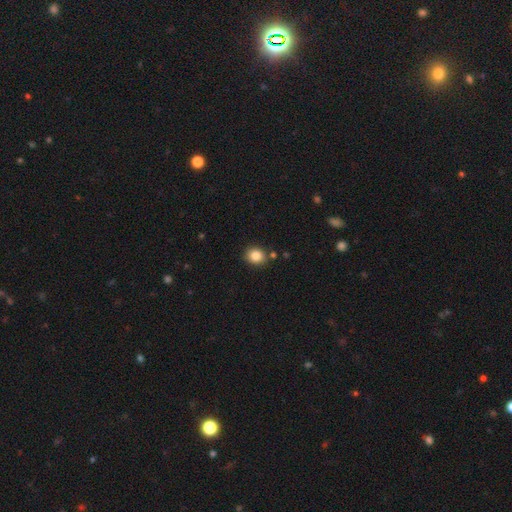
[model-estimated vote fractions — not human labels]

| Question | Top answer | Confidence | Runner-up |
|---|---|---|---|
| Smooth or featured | smooth | 85% | star or artifact (10%) |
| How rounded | round | 73% | in between (26%) |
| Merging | none | 85% | minor disturbance (8%) |